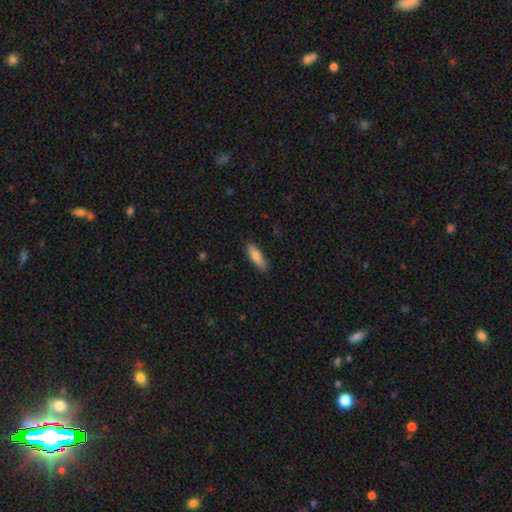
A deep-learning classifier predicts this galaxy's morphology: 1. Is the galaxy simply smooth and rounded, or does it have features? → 75% smooth, 19% featured or disk, 6% star or artifact.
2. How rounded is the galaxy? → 60% cigar-shaped, 38% in between, 2% round.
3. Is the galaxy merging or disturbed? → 86% none, 11% minor disturbance, 2% major disturbance, 1% merger.